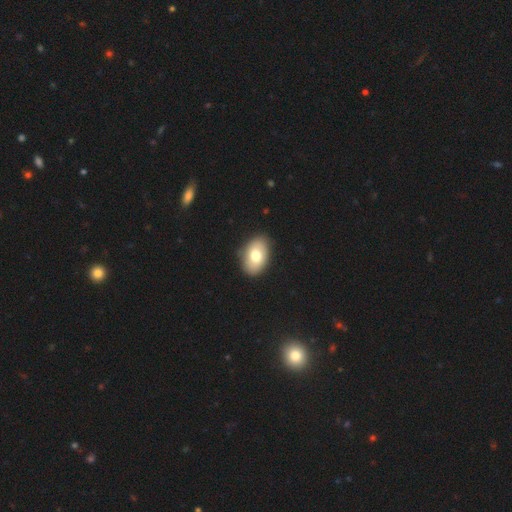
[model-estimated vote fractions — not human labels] smooth 74%, featured or disk 19%, star or artifact 6%. Down the decision tree: how rounded — in between (90%); merging — none (86%).